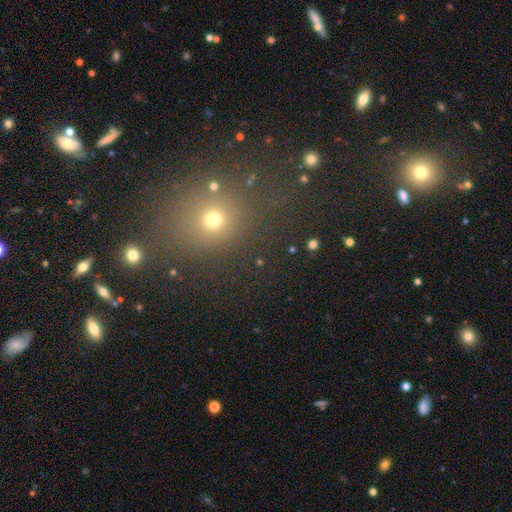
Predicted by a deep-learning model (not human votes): Smooth or featured?
  - smooth: 50% *
  - star or artifact: 41%
  - featured or disk: 9%
Merging?
  - none: 82% *
  - minor disturbance: 9%
  - major disturbance: 5%
  - merger: 4%